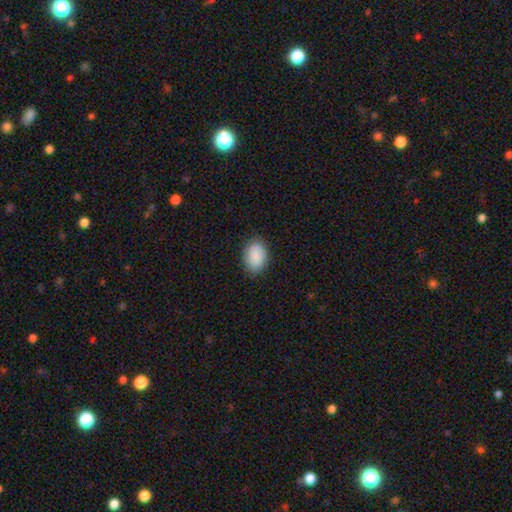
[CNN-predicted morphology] A smooth galaxy with no disk features (90%) that is in between round and cigar-shaped (83%). Merging: none (86%).